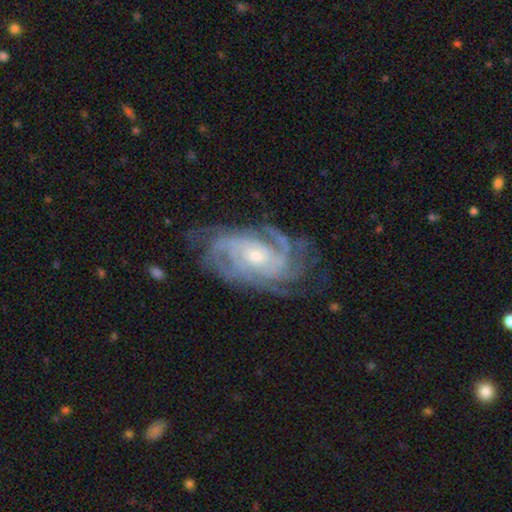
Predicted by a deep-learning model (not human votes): Smooth or featured?
  - featured or disk: 90% *
  - star or artifact: 5%
  - smooth: 5%
Edge-on disk?
  - no: 96% *
  - yes: 4%
Bar?
  - no: 69% *
  - weak: 24%
  - strong: 7%
Spiral arms?
  - yes: 98% *
  - no: 2%
Spiral winding?
  - tight: 69% *
  - medium: 27%
  - loose: 4%
Spiral arm count?
  - 4: 26% *
  - 3: 22%
  - can't tell: 22%
  - 2: 12%
  - more than 4: 10%
  - 1: 6%
Bulge size?
  - small: 53% *
  - moderate: 42%
  - large: 2%
  - none: 1%
  - dominant: 1%
Merging?
  - none: 72% *
  - minor disturbance: 19%
  - major disturbance: 8%
  - merger: 1%